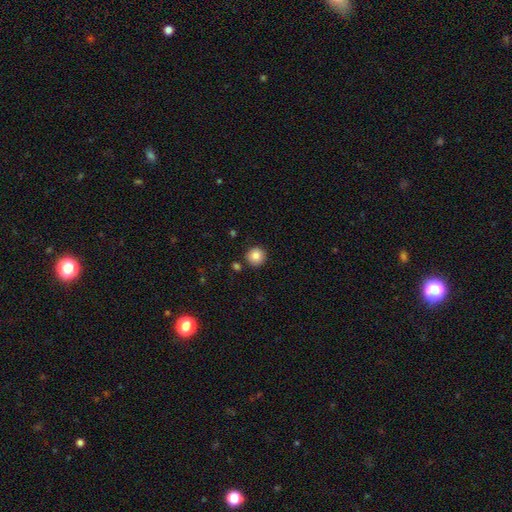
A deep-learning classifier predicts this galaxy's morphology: type=smooth (86%); roundness=round (94%); merging=none (88%).